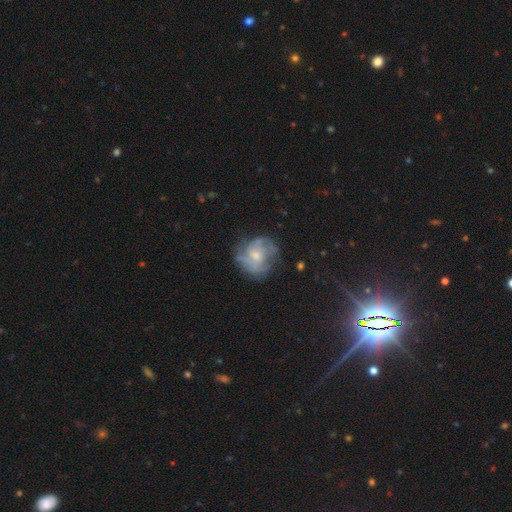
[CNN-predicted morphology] Q: Smooth or featured?
A: featured or disk (63%); runner-up: smooth (28%)
Q: Edge-on disk?
A: no (97%); runner-up: yes (3%)
Q: Bar?
A: no (73%); runner-up: weak (24%)
Q: Spiral arms?
A: yes (64%); runner-up: no (36%)
Q: Bulge size?
A: moderate (47%); runner-up: small (41%)
Q: Merging?
A: none (62%); runner-up: minor disturbance (21%)